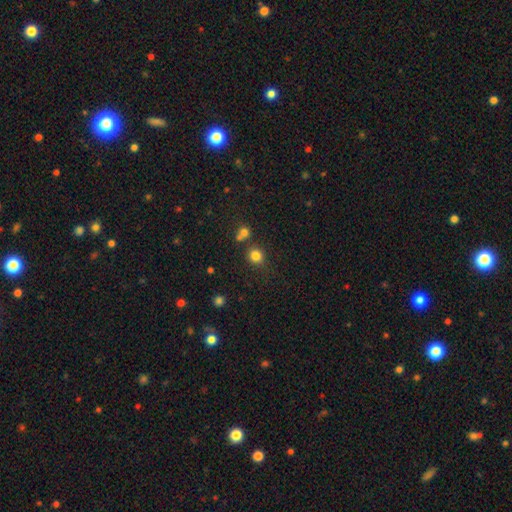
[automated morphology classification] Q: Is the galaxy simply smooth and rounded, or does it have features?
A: smooth — 82%.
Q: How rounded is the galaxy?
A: round — 81%.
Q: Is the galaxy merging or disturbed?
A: none — 74%.